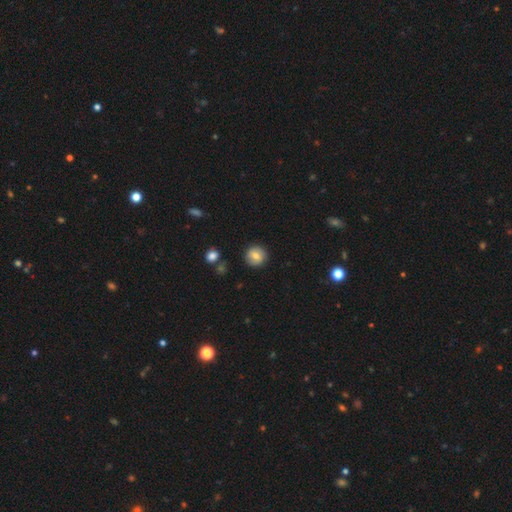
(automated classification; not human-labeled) Overall: smooth (74%). How rounded: round (91%). Merging: none (89%).